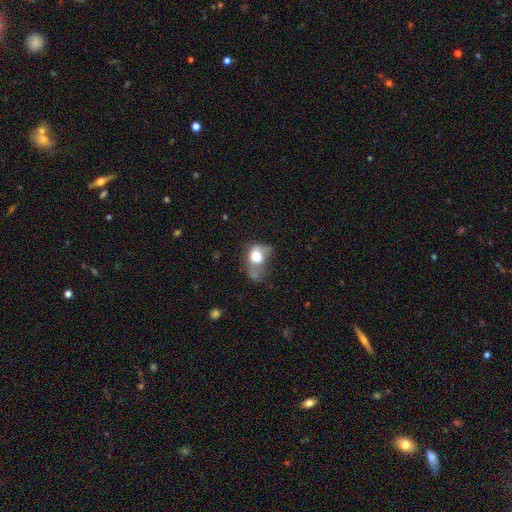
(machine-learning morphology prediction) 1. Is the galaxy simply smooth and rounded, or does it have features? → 64% smooth, 26% featured or disk, 10% star or artifact.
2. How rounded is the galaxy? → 61% in between, 37% round, 2% cigar-shaped.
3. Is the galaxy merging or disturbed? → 47% major disturbance, 22% minor disturbance, 16% none, 15% merger.